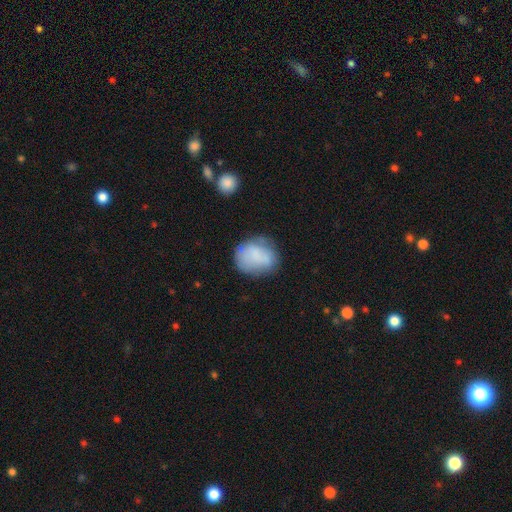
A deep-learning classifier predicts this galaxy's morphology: smooth-or-featured: smooth: 72% | featured or disk: 20% | star or artifact: 8%
  how-rounded: round: 58% | in between: 41% | cigar-shaped: 1%
  merging: none: 57% | minor disturbance: 28% | major disturbance: 11% | merger: 5%